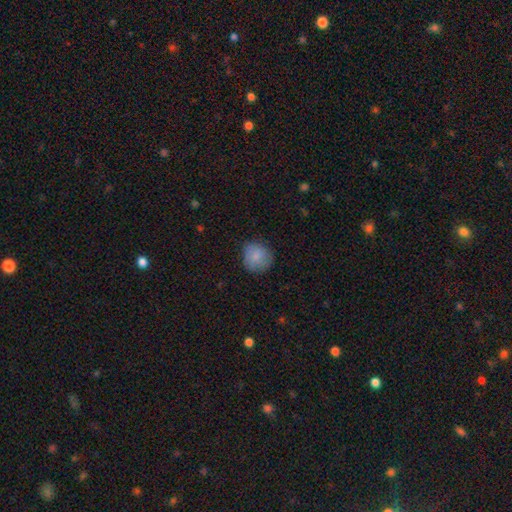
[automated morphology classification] Smooth or featured? smooth (85%)
How rounded? round (90%)
Merging? none (80%)